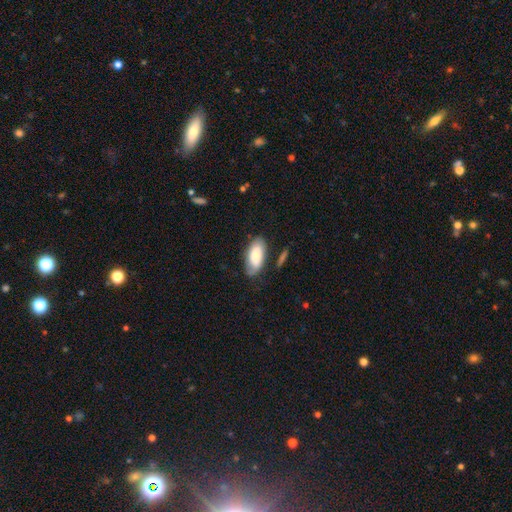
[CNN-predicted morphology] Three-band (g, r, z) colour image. It shows a smooth galaxy with no disk features (76%) that is in between round and cigar-shaped (91%). Merging: none (64%).